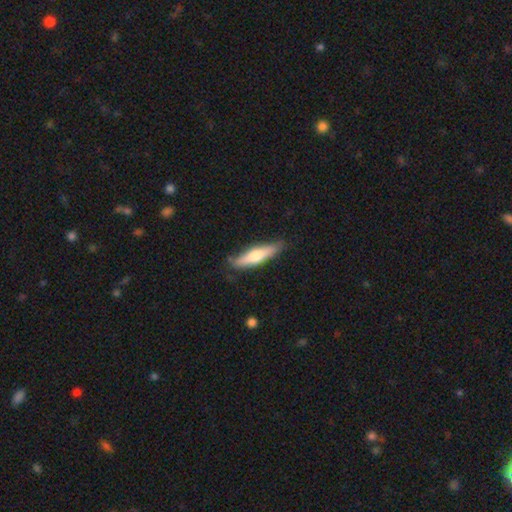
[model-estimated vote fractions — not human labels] Smooth or featured? smooth (54%)
How rounded? cigar-shaped (77%)
Merging? none (77%)